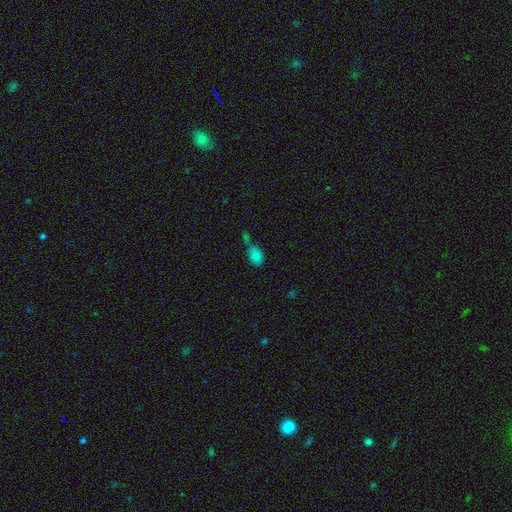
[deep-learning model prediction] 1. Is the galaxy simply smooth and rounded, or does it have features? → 81% smooth, 12% star or artifact, 7% featured or disk.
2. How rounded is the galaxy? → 84% in between, 14% round, 2% cigar-shaped.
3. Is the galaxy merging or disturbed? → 39% merger, 35% none, 17% minor disturbance, 9% major disturbance.